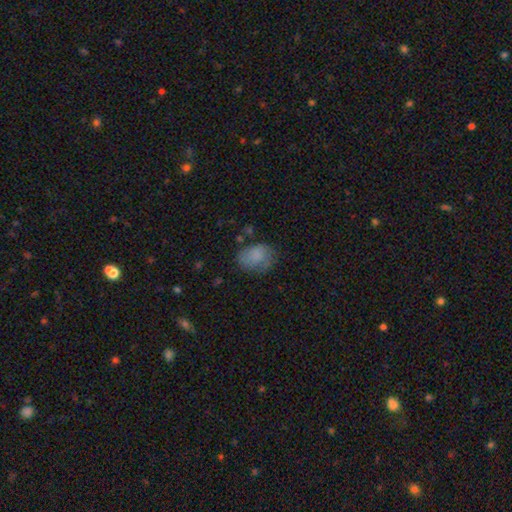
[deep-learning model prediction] This is likely a smooth galaxy (74%). How rounded: likely in between (70%). Merging: possibly none (57%).